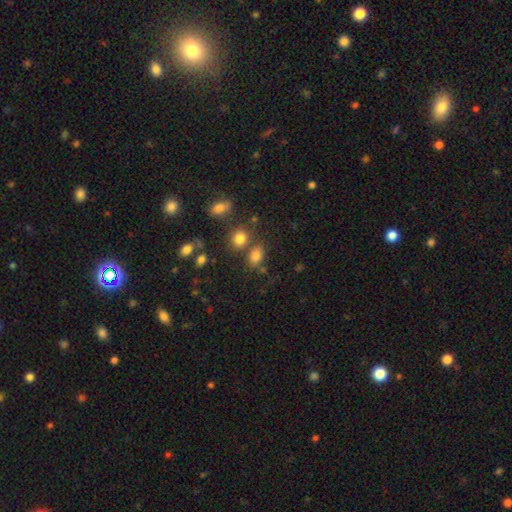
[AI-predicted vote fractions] Smooth or featured? smooth (80%)
How rounded? in between (71%)
Merging? none (65%)